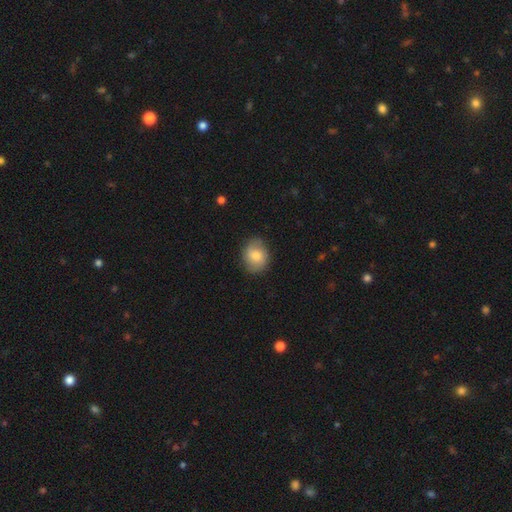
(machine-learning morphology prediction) This is likely a smooth galaxy (74%). How rounded: likely round (60%). Merging: clearly none (82%).